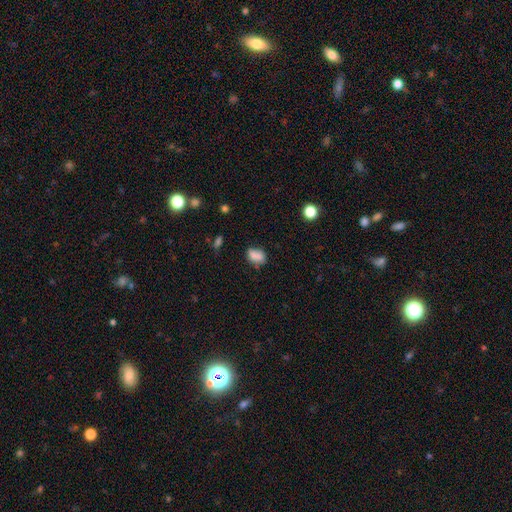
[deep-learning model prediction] Overall: smooth (78%). How rounded: in between (75%). Merging: none (53%; minor disturbance 28%).